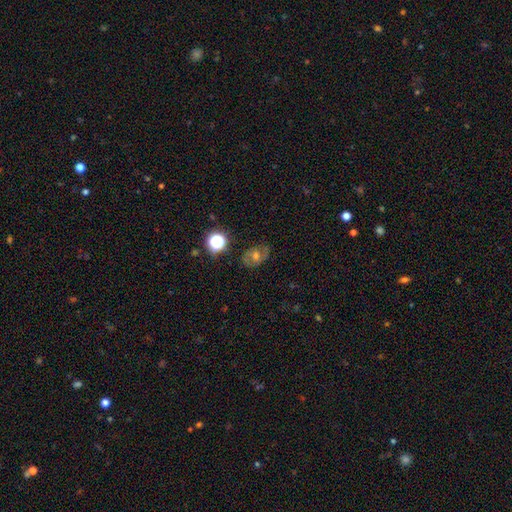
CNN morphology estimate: type=featured or disk (50%); edge-on=no (95%); merging=none (78%).